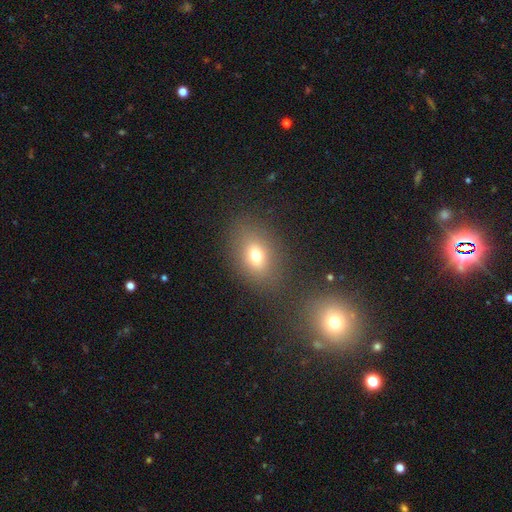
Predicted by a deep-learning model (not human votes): Smooth or featured?
  - smooth: 71% *
  - star or artifact: 15%
  - featured or disk: 14%
How rounded?
  - in between: 67% *
  - round: 31%
  - cigar-shaped: 2%
Merging?
  - none: 74% *
  - minor disturbance: 11%
  - merger: 8%
  - major disturbance: 7%